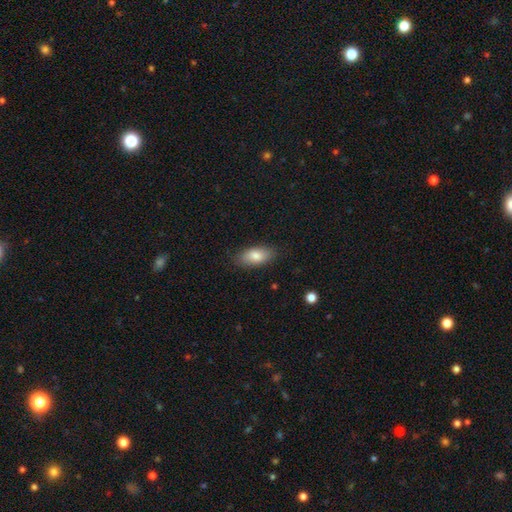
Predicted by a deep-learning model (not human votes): This is clearly a smooth galaxy (82%). How rounded: clearly in between (88%). Merging: clearly none (85%).